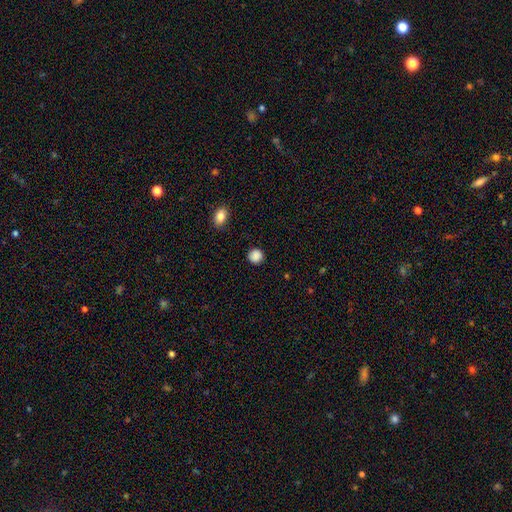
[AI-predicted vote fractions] smooth-or-featured: smooth: 87% | star or artifact: 10% | featured or disk: 3%
  how-rounded: round: 91% | in between: 8% | cigar-shaped: 1%
  merging: none: 89% | minor disturbance: 7% | major disturbance: 2% | merger: 1%